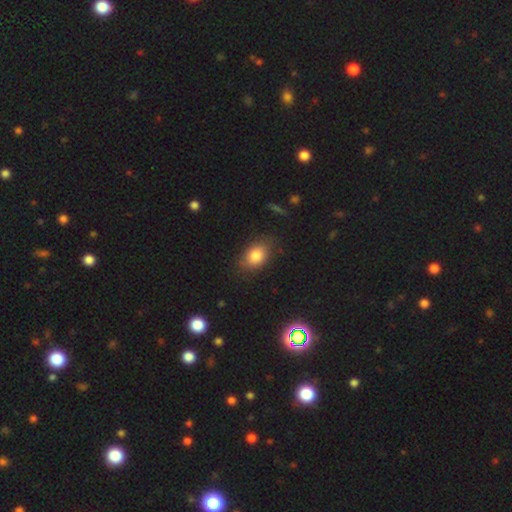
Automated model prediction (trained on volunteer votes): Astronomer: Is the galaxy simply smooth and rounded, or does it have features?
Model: smooth — 81%.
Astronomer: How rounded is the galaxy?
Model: in between — 78%.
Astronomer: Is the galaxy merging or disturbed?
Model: none — 77%.